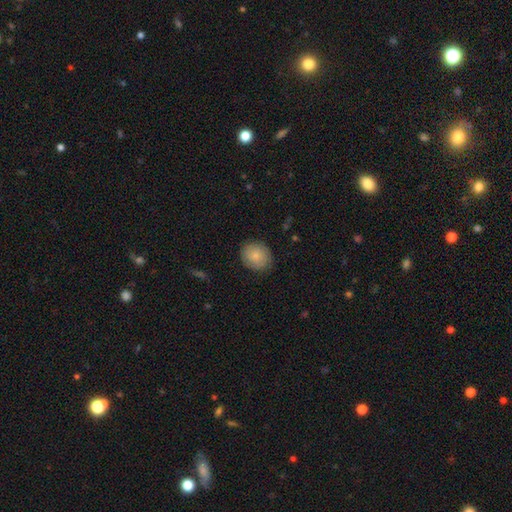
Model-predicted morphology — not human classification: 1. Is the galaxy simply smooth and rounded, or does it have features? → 79% smooth, 14% featured or disk, 7% star or artifact.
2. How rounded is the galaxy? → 69% round, 30% in between, 1% cigar-shaped.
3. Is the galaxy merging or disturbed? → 82% none, 14% minor disturbance, 3% major disturbance, 1% merger.